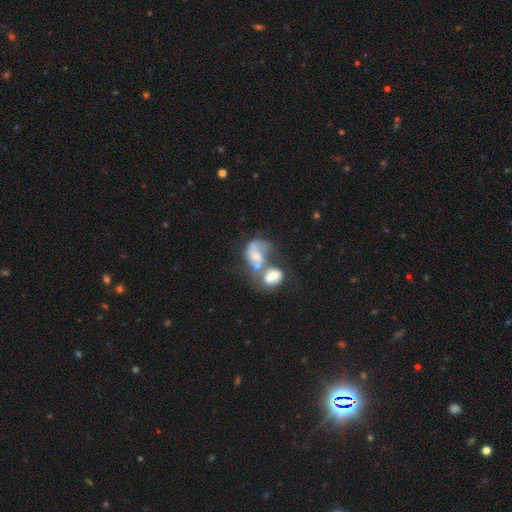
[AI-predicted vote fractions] smooth_or_featured: smooth (p=0.46) [alt: featured or disk p=0.44]
merging: merger (p=0.68) [alt: major disturbance p=0.15]